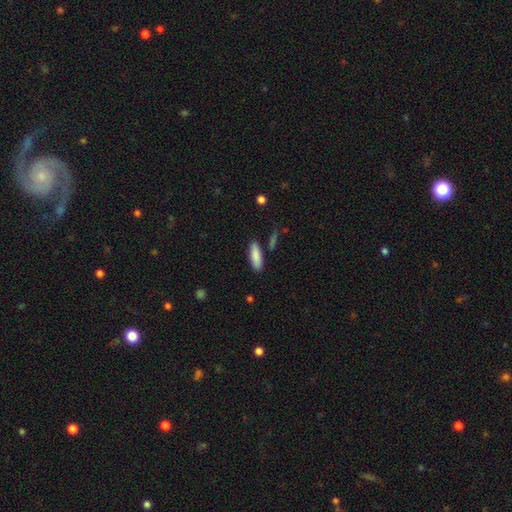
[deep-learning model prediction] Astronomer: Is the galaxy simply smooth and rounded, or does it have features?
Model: smooth — 86%.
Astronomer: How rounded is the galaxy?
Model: cigar-shaped — 51% (runner-up: in between, 47%).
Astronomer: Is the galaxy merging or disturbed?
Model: none — 84%.